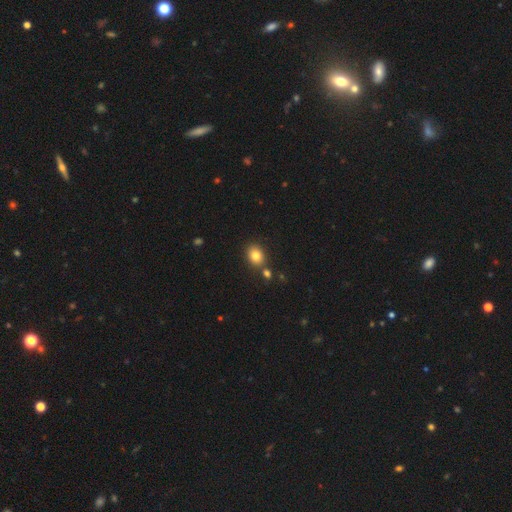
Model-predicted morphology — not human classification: This appears to be a smooth galaxy with no disk features (81%) that is round (52%). Merging: none (75%).